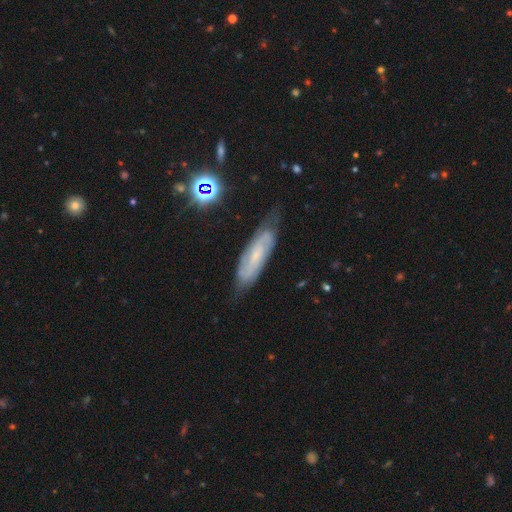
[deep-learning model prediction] Smooth or featured: featured or disk — 67% (smooth — 24%)
Edge-on disk: no — 80% (yes — 20%)
Bar: no — 47% (weak — 40%)
Spiral arms: yes — 88% (no — 12%)
Bulge size: small — 66% (moderate — 20%)
Merging: none — 67% (minor disturbance — 24%)